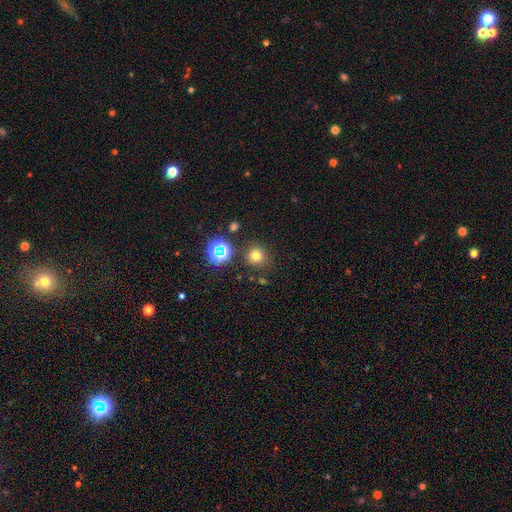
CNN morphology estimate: type=smooth (72%); roundness=round (92%); merging=none (83%).